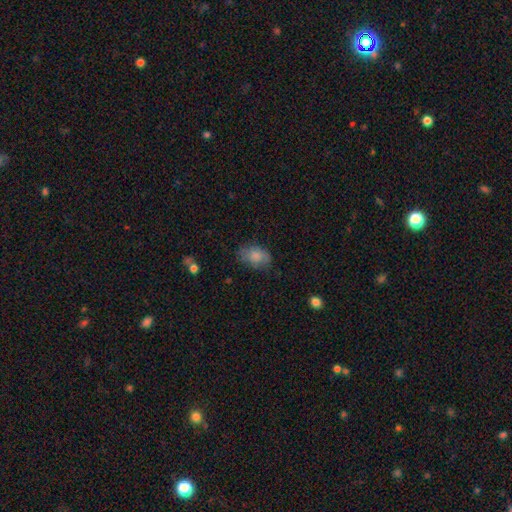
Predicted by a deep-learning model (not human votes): Smooth or featured? smooth (80%)
How rounded? in between (84%)
Merging? none (68%)